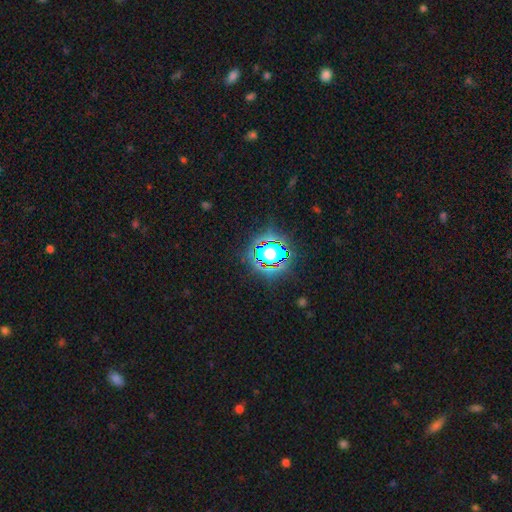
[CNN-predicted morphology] Overall: star or artifact (81%).